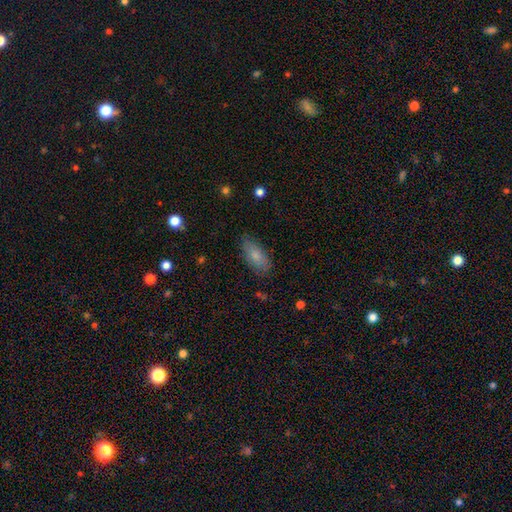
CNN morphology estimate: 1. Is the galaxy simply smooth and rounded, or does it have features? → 80% smooth, 13% featured or disk, 7% star or artifact.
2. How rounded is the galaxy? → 83% in between, 14% cigar-shaped, 2% round.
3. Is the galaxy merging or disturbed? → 80% none, 16% minor disturbance, 3% major disturbance, 1% merger.